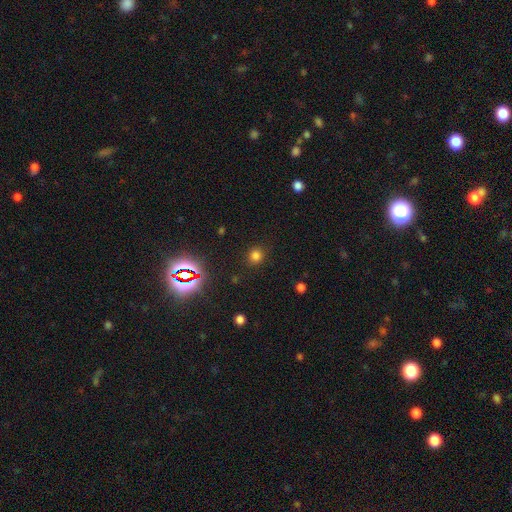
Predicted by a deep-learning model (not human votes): This is likely a smooth galaxy (73%). How rounded: clearly round (86%). Merging: clearly none (88%).